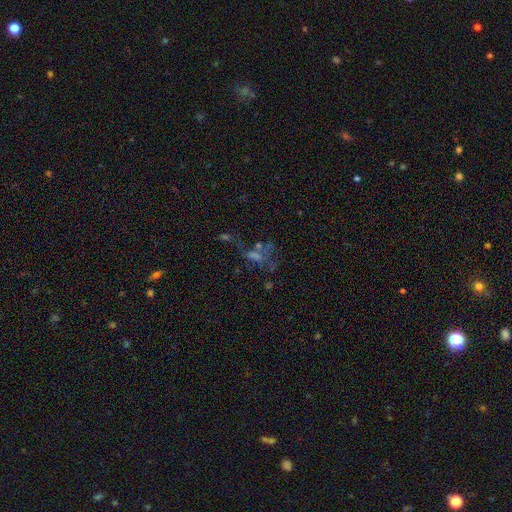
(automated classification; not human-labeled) smooth_or_featured: star or artifact (p=0.39) [alt: featured or disk p=0.38]